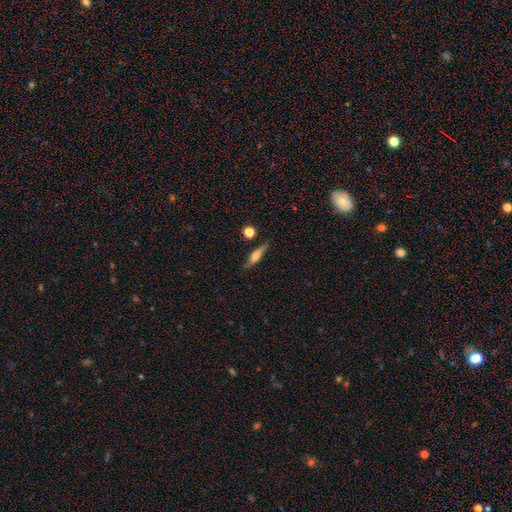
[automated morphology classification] The model was most divided on "smooth or featured": smooth: 51%, featured or disk: 41%, star or artifact: 8%. More confident: merging — none (74%); how rounded — cigar-shaped (71%).